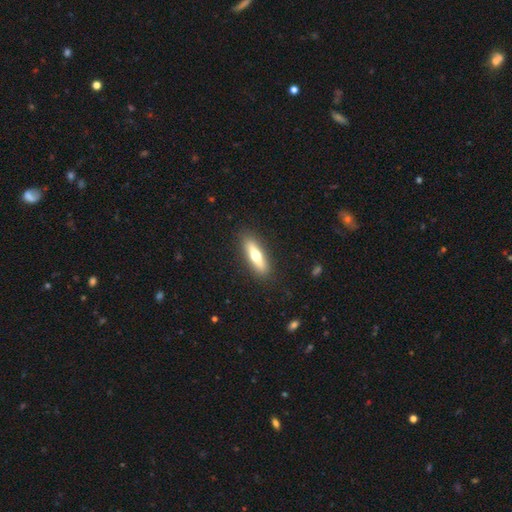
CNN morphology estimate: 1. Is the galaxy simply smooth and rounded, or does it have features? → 52% smooth, 43% featured or disk, 6% star or artifact.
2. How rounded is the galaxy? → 66% cigar-shaped, 31% in between, 2% round.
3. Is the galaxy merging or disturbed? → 89% none, 8% minor disturbance, 2% major disturbance, 1% merger.